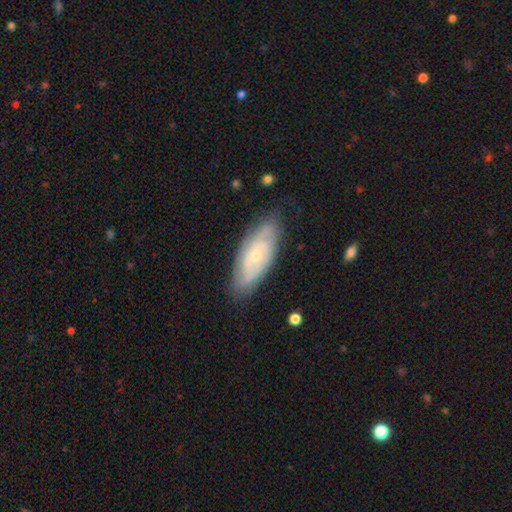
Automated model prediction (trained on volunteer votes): Q: Smooth or featured?
A: featured or disk (74%); runner-up: smooth (20%)
Q: Edge-on disk?
A: no (91%); runner-up: yes (9%)
Q: Bar?
A: no (71%); runner-up: weak (24%)
Q: Spiral arms?
A: yes (89%); runner-up: no (11%)
Q: Spiral winding?
A: tight (63%); runner-up: medium (29%)
Q: Spiral arm count?
A: can't tell (37%); tied with: 2 (37%)
Q: Bulge size?
A: small (74%); runner-up: moderate (22%)
Q: Merging?
A: none (77%); runner-up: minor disturbance (18%)